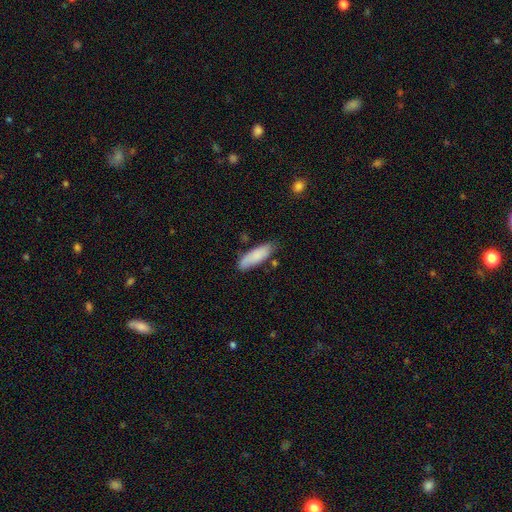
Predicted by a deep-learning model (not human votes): Smooth or featured? Predicted: smooth (p=0.83). How rounded? Predicted: in between (p=0.51). Merging? Predicted: none (p=0.72).